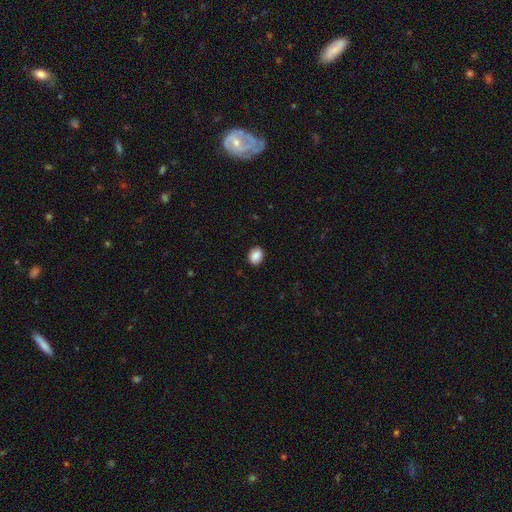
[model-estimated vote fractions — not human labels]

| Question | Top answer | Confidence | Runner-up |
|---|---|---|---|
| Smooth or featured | smooth | 89% | star or artifact (8%) |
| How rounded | in between | 57% | round (42%) |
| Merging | none | 88% | minor disturbance (9%) |